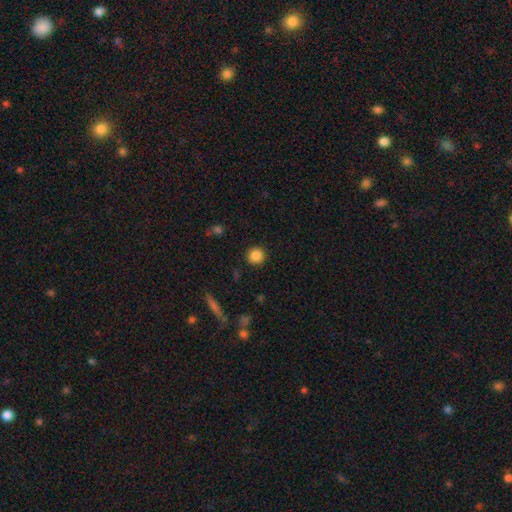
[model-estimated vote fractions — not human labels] Q: Smooth or featured?
A: smooth (85%); runner-up: star or artifact (10%)
Q: How rounded?
A: round (94%); runner-up: in between (5%)
Q: Merging?
A: none (91%); runner-up: minor disturbance (6%)